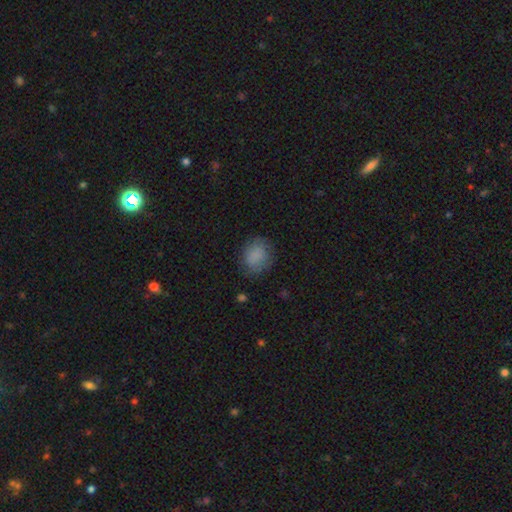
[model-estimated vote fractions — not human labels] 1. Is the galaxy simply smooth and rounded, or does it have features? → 82% smooth, 9% featured or disk, 9% star or artifact.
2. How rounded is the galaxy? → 58% round, 41% in between, 1% cigar-shaped.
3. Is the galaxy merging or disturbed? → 71% none, 20% minor disturbance, 7% major disturbance, 1% merger.